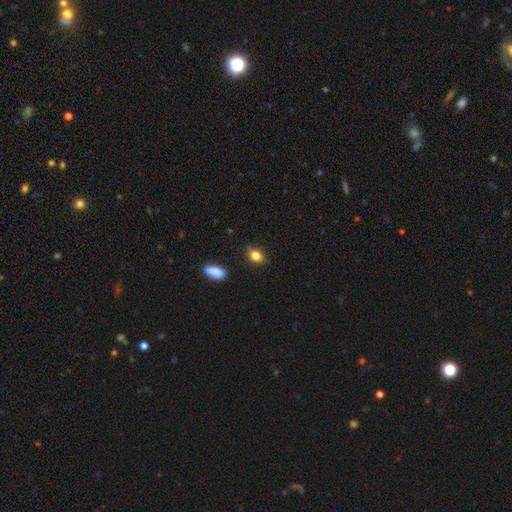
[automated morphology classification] type=smooth (84%); roundness=in between (71%); merging=none (79%).